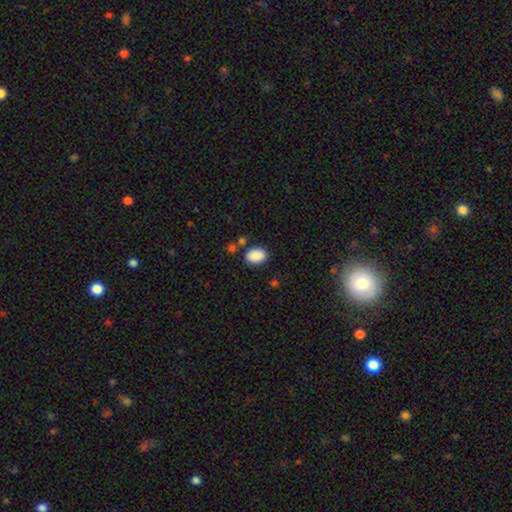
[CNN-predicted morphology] Smooth or featured? Predicted: smooth (p=0.89). How rounded? Predicted: in between (p=0.81). Merging? Predicted: none (p=0.80).